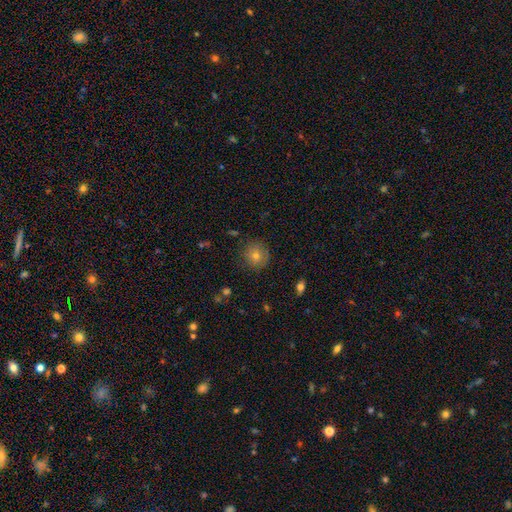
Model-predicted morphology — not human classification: Smooth or featured?
  - smooth: 66% *
  - featured or disk: 18%
  - star or artifact: 16%
How rounded?
  - round: 92% *
  - in between: 7%
  - cigar-shaped: 1%
Merging?
  - none: 84% *
  - minor disturbance: 12%
  - major disturbance: 3%
  - merger: 1%